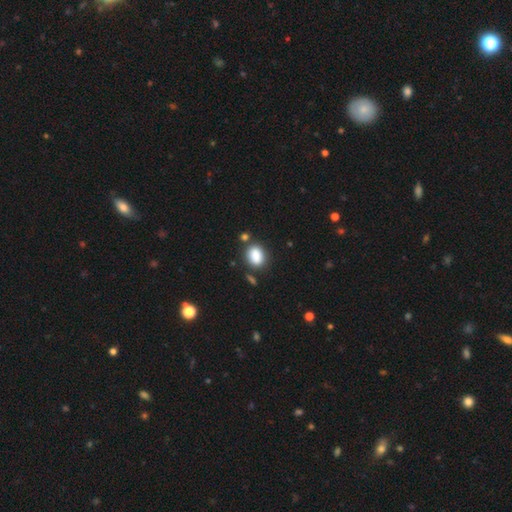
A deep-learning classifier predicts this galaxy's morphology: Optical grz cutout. It shows a smooth galaxy with no disk features (87%) that is in between round and cigar-shaped (63%). Merging: none (73%).